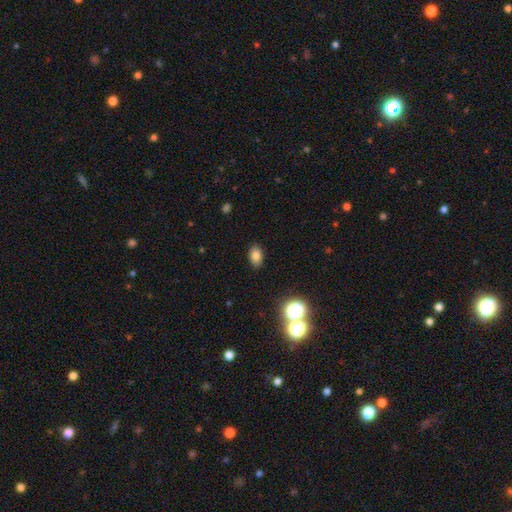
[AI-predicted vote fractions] smooth_or_featured: smooth (p=0.80) [alt: star or artifact p=0.12]
how_rounded: in between (p=0.86) [alt: round p=0.13]
merging: none (p=0.88) [alt: minor disturbance p=0.09]